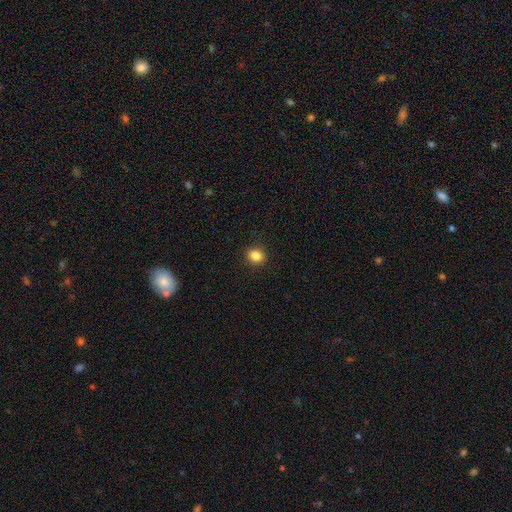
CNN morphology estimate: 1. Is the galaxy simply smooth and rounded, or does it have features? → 85% smooth, 11% star or artifact, 4% featured or disk.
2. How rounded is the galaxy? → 64% round, 35% in between, 1% cigar-shaped.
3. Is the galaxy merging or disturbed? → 91% none, 7% minor disturbance, 2% major disturbance, 1% merger.